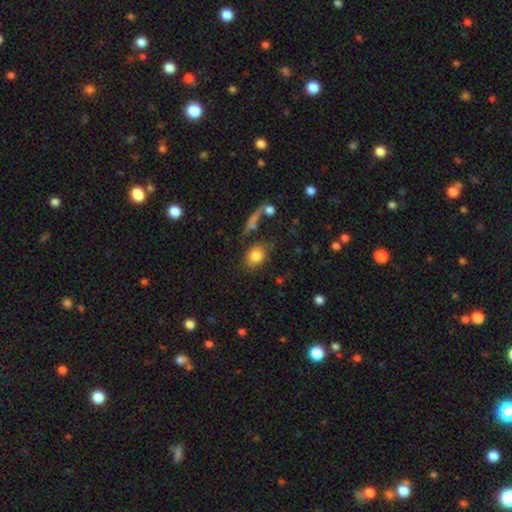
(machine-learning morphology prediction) A smooth galaxy with no disk features (81%) that is in between round and cigar-shaped (55%).

Vote fractions:
- Smooth or featured? smooth: 81% / featured or disk: 10% / star or artifact: 9%
- How rounded? in between: 55% / round: 42% / cigar-shaped: 3%
- Merging? none: 65% / minor disturbance: 16% / merger: 10% / major disturbance: 9%